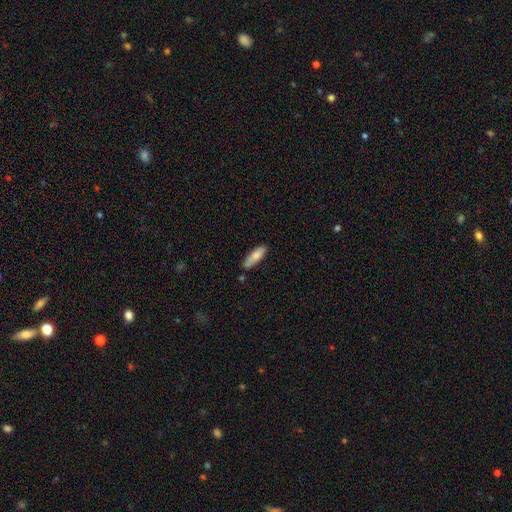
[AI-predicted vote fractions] A smooth galaxy with no disk features (79%) that is cigar-shaped (51%).

Vote fractions:
- Smooth or featured? smooth: 79% / featured or disk: 15% / star or artifact: 6%
- How rounded? cigar-shaped: 51% / in between: 47% / round: 2%
- Merging? none: 70% / minor disturbance: 20% / merger: 6% / major disturbance: 4%